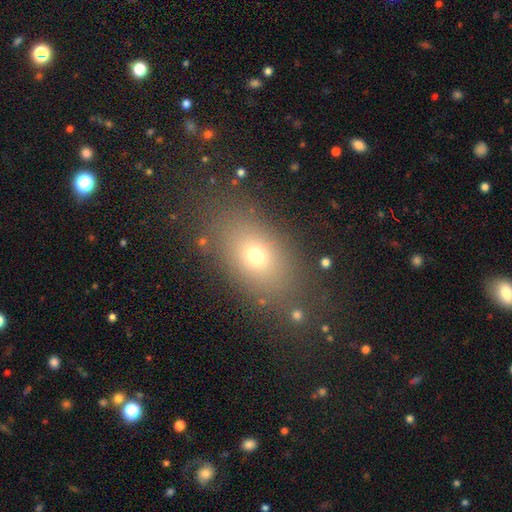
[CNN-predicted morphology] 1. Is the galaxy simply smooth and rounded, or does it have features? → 68% smooth, 19% star or artifact, 13% featured or disk.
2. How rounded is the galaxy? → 74% in between, 23% round, 4% cigar-shaped.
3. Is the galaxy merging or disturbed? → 81% none, 10% minor disturbance, 6% major disturbance, 3% merger.